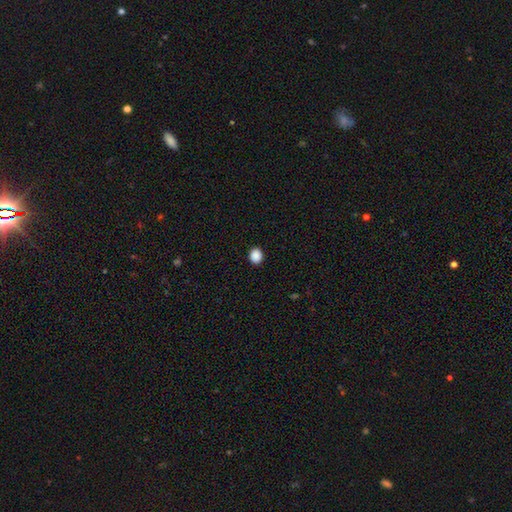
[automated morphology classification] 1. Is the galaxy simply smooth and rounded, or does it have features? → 89% smooth, 9% star or artifact, 2% featured or disk.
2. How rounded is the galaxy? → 69% round, 30% in between, 1% cigar-shaped.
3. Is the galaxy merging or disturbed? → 92% none, 6% minor disturbance, 2% major disturbance, 1% merger.